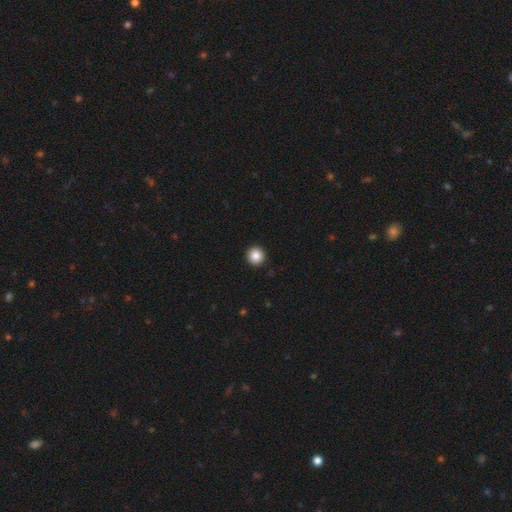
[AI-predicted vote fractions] This appears to be a smooth galaxy with no disk features (86%) that is round (96%). Merging: none (93%).